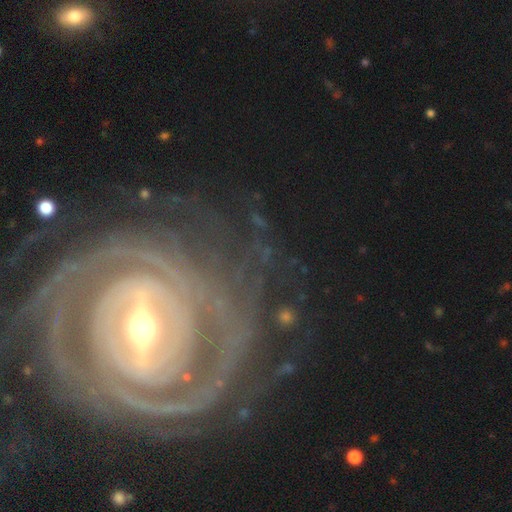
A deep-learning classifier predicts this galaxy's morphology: Smooth or featured? Predicted: featured or disk (p=0.89). Edge-on disk? Predicted: no (p=0.94). Bar? Predicted: strong (p=0.69). Spiral arms? Predicted: yes (p=0.93). Spiral winding? Predicted: tight (p=0.81). Spiral arm count? Predicted: can't tell (p=0.28). Bulge size? Predicted: moderate (p=0.55). Merging? Predicted: none (p=0.75).